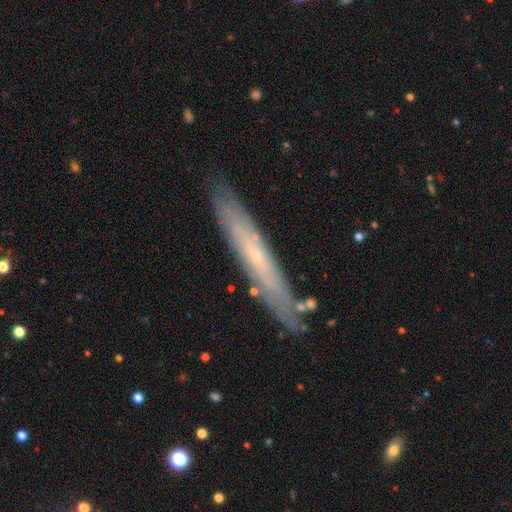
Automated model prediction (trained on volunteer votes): Morphology: type=featured or disk (67%); edge-on=yes (73%); merging=none (84%).